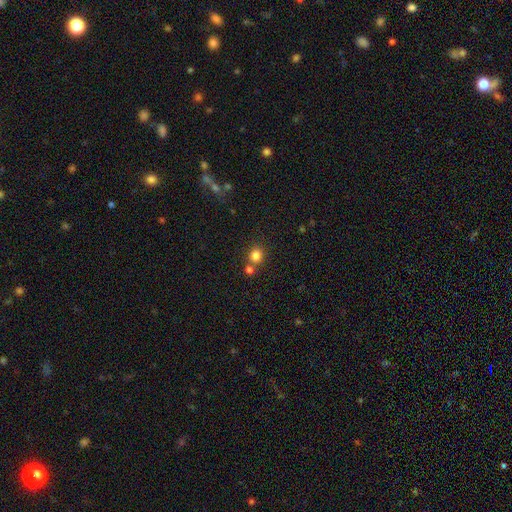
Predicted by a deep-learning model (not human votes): This appears to be a smooth galaxy with no disk features (82%) that is round (80%). Merging: none (66%).